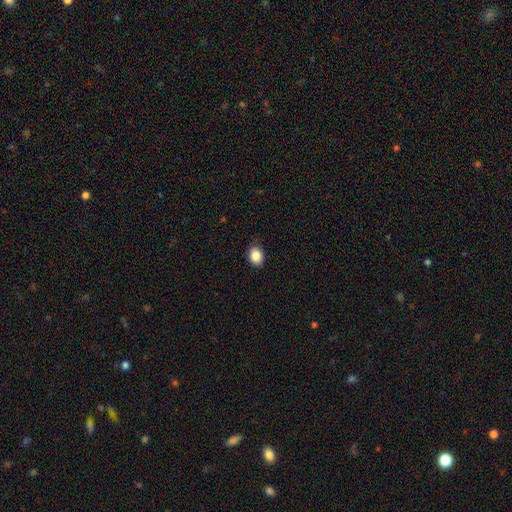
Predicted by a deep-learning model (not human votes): Smooth or featured?
  - smooth: 86% *
  - star or artifact: 9%
  - featured or disk: 5%
How rounded?
  - in between: 61% *
  - round: 38%
  - cigar-shaped: 1%
Merging?
  - none: 85% *
  - minor disturbance: 12%
  - major disturbance: 2%
  - merger: 1%